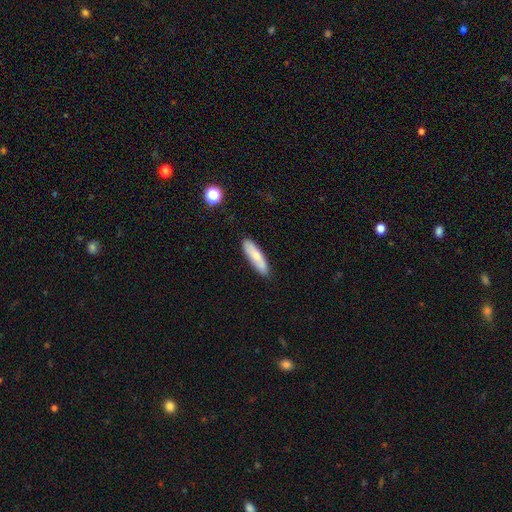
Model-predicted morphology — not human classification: This is likely a smooth galaxy (74%). How rounded: likely cigar-shaped (70%). Merging: clearly none (86%).